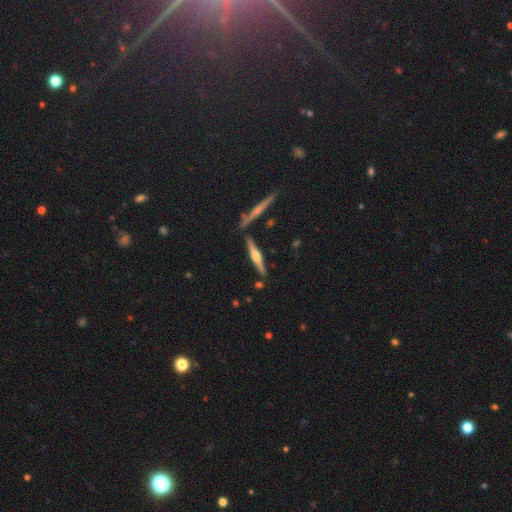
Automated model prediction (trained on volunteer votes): The model was most divided on "smooth or featured": featured or disk: 68%, smooth: 26%, star or artifact: 6%. More confident: edge-on disk — yes (97%); edge-on bulge — rounded (88%); merging — none (83%).